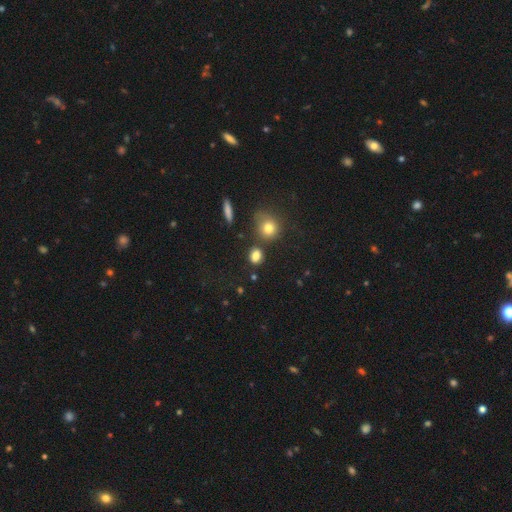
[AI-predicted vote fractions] A smooth galaxy with no disk features (82%) that is round (49%).

Vote fractions:
- Smooth or featured? smooth: 82% / star or artifact: 11% / featured or disk: 6%
- How rounded? round: 49% / in between: 48% / cigar-shaped: 3%
- Merging? none: 73% / minor disturbance: 12% / merger: 11% / major disturbance: 4%